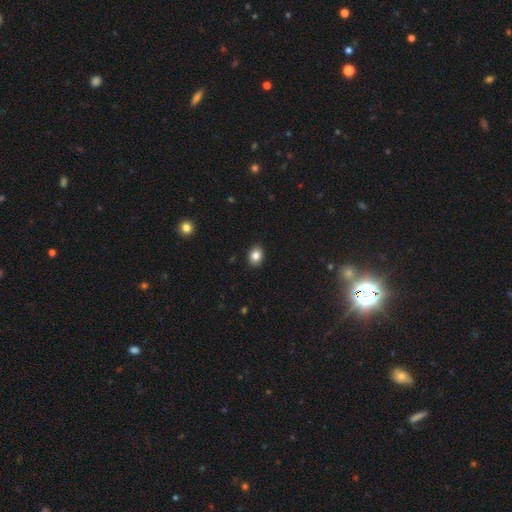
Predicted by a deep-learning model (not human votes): smooth_or_featured: smooth (p=0.84) [alt: star or artifact p=0.10]
how_rounded: in between (p=0.55) [alt: round p=0.44]
merging: none (p=0.90) [alt: minor disturbance p=0.07]